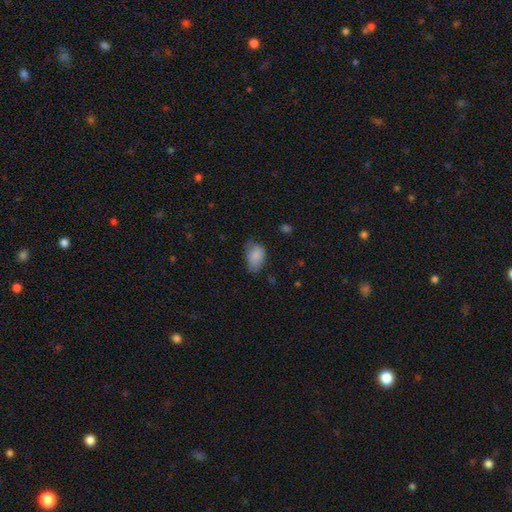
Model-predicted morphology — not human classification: This is clearly a smooth galaxy (85%). How rounded: clearly in between (86%). Merging: possibly none (54%).